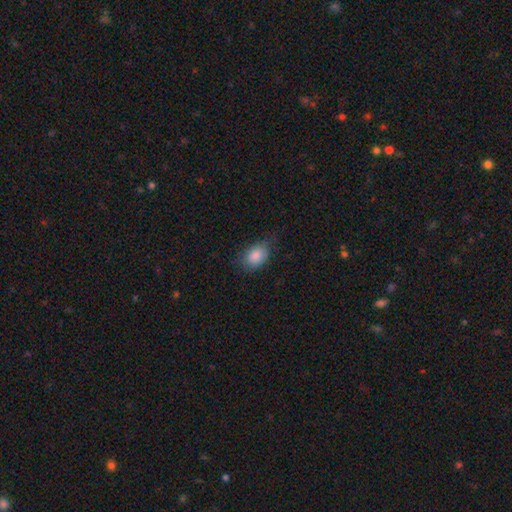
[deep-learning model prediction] A smooth galaxy with no disk features (86%) that is in between round and cigar-shaped (79%).

Vote fractions:
- Smooth or featured? smooth: 86% / star or artifact: 8% / featured or disk: 7%
- How rounded? in between: 79% / round: 20% / cigar-shaped: 1%
- Merging? none: 63% / minor disturbance: 28% / major disturbance: 8% / merger: 1%